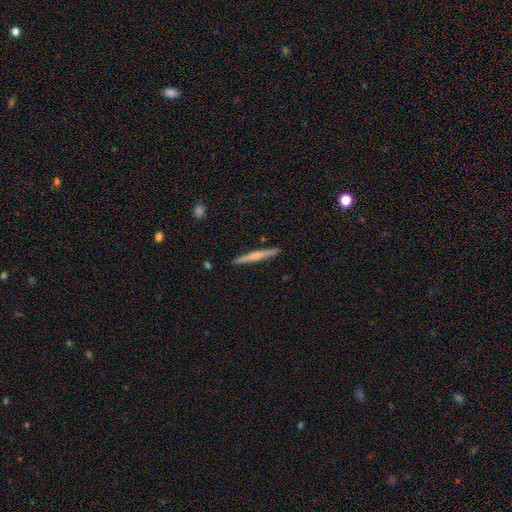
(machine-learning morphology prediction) A smooth galaxy with no disk features (52%) that is cigar-shaped (96%).

Vote fractions:
- Smooth or featured? smooth: 52% / featured or disk: 43% / star or artifact: 5%
- How rounded? cigar-shaped: 96% / in between: 2% / round: 1%
- Merging? none: 92% / minor disturbance: 6% / major disturbance: 1% / merger: 1%